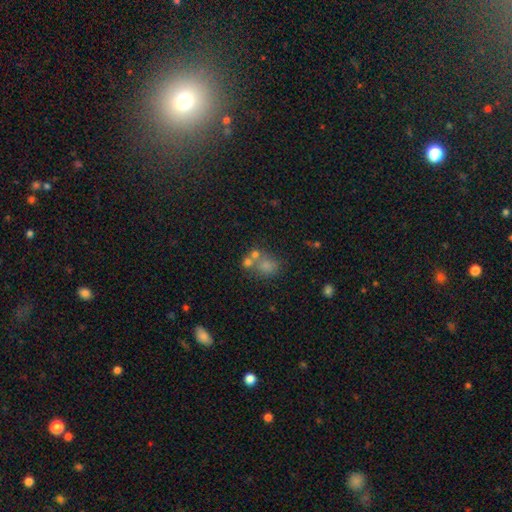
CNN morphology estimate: This is possibly a smooth galaxy (55%). How rounded: likely round (71%). Merging: marginally none (44%).